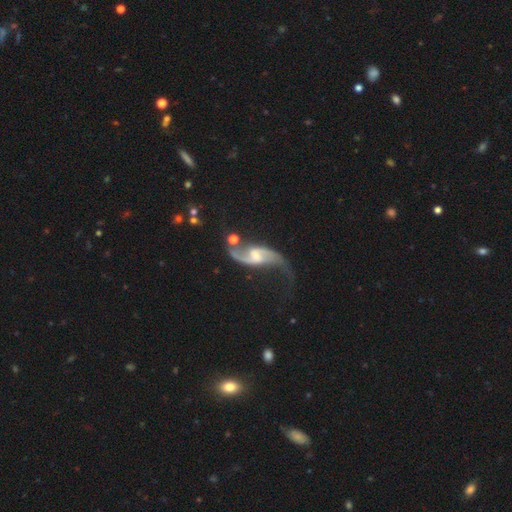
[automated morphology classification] This is clearly a featured or disk galaxy (88%). It is clearly not viewed edge-on (96%). Bar: possibly weak (49%). Spiral arm pattern: clearly yes (96%). Spiral arm count: clearly 2 (92%). Spiral winding: clearly loose (81%). Central bulge: marginally small (43%). Merging: possibly none (48%).